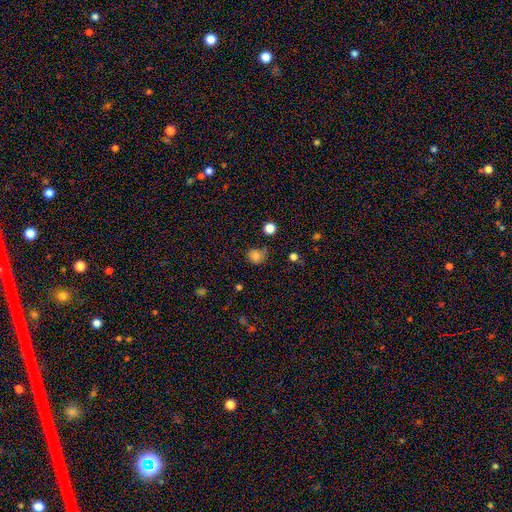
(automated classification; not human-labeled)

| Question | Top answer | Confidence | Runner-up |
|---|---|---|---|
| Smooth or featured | smooth | 75% | star or artifact (13%) |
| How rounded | round | 78% | in between (21%) |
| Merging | none | 60% | minor disturbance (26%) |